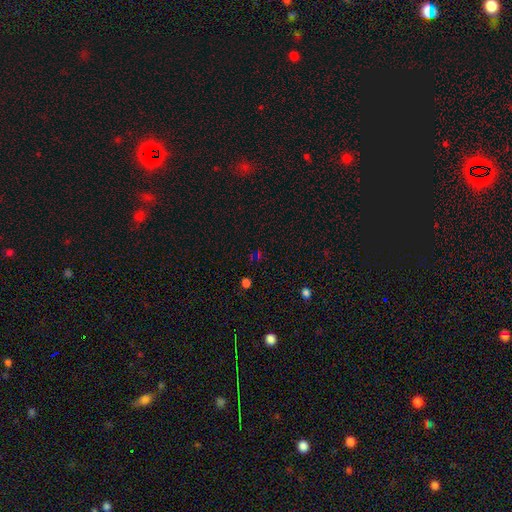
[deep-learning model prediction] Overall: star or artifact (58%; smooth 35%).